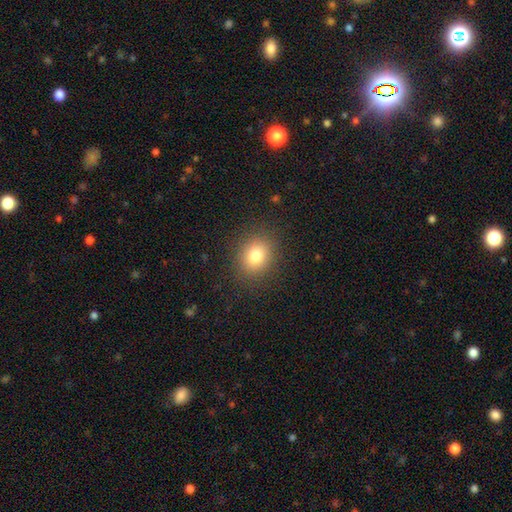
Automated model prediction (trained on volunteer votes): Overall: smooth (80%). How rounded: round (63%; in between 36%). Merging: none (87%).